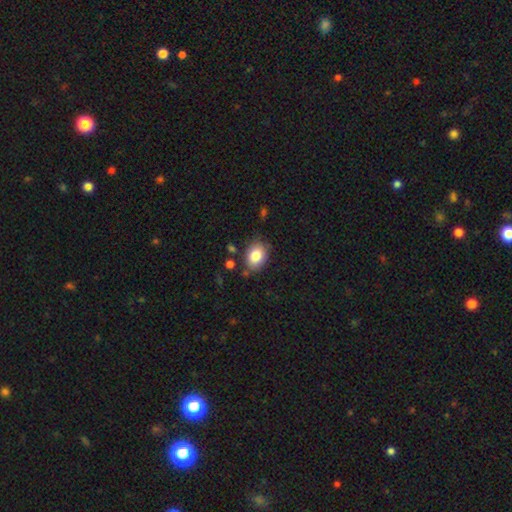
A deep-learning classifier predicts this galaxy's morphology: A smooth galaxy with no disk features (83%) that is in between round and cigar-shaped (72%).

Vote fractions:
- Smooth or featured? smooth: 83% / featured or disk: 9% / star or artifact: 8%
- How rounded? in between: 72% / round: 27% / cigar-shaped: 1%
- Merging? none: 79% / minor disturbance: 14% / merger: 4% / major disturbance: 3%